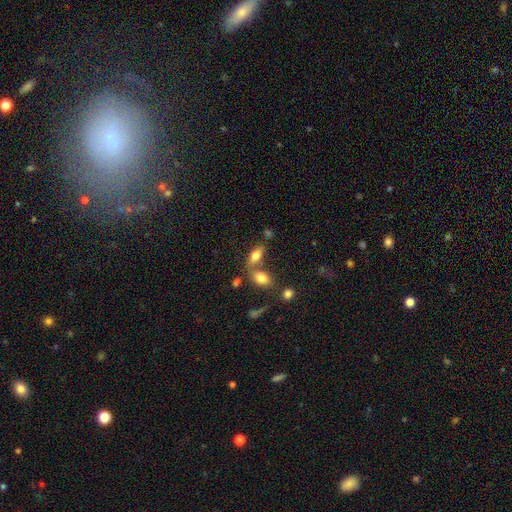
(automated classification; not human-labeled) smooth 75%, featured or disk 16%, star or artifact 9%. Down the decision tree: how rounded — in between (84%); merging — none (44%).